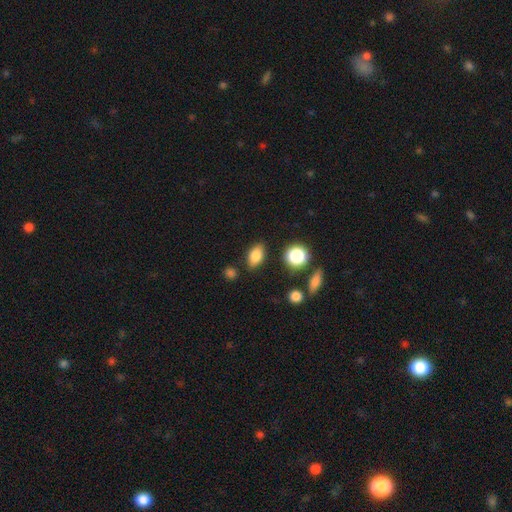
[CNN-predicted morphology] Q: Smooth or featured?
A: smooth (83%); runner-up: star or artifact (10%)
Q: How rounded?
A: in between (84%); runner-up: round (13%)
Q: Merging?
A: none (82%); runner-up: minor disturbance (12%)